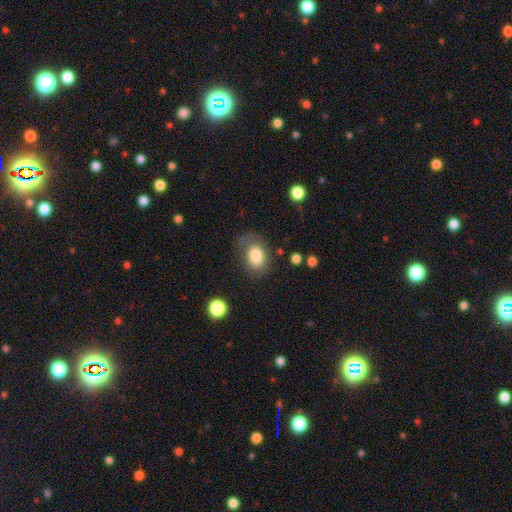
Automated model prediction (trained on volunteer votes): This appears to be a smooth galaxy with no disk features (79%) that is in between round and cigar-shaped (68%). Merging: none (61%).